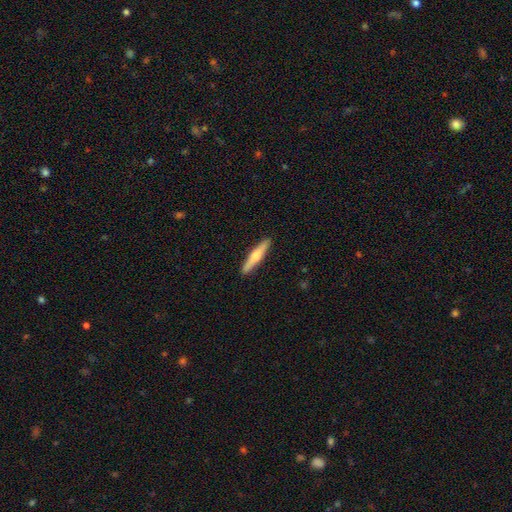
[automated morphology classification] Smooth or featured? Predicted: featured or disk (p=0.51). Edge-on disk? Predicted: yes (p=0.96). Merging? Predicted: none (p=0.91).